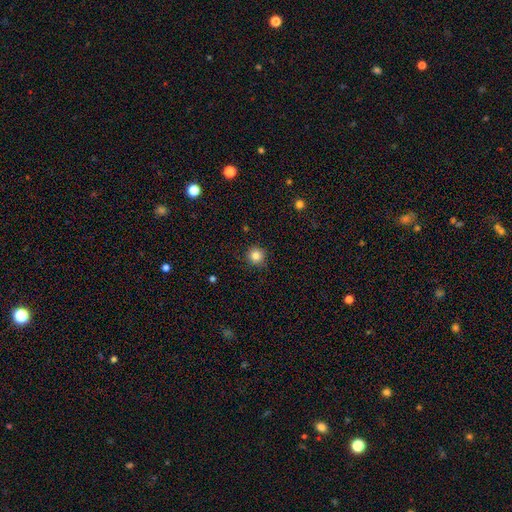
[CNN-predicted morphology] Smooth or featured?
  - smooth: 84% *
  - star or artifact: 12%
  - featured or disk: 5%
How rounded?
  - round: 95% *
  - in between: 4%
  - cigar-shaped: 1%
Merging?
  - none: 91% *
  - minor disturbance: 6%
  - major disturbance: 2%
  - merger: 1%